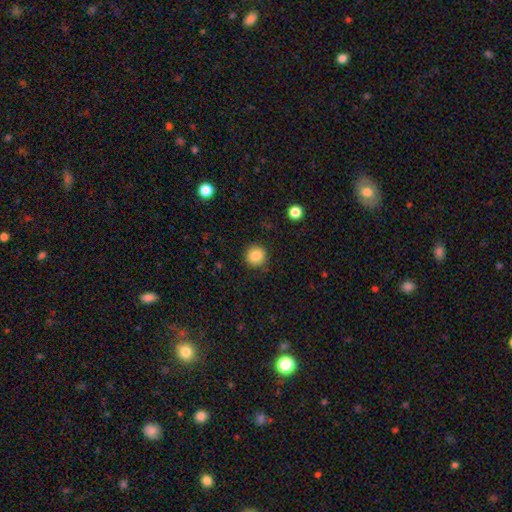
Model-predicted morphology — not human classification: Smooth or featured? smooth (86%)
How rounded? round (92%)
Merging? none (90%)